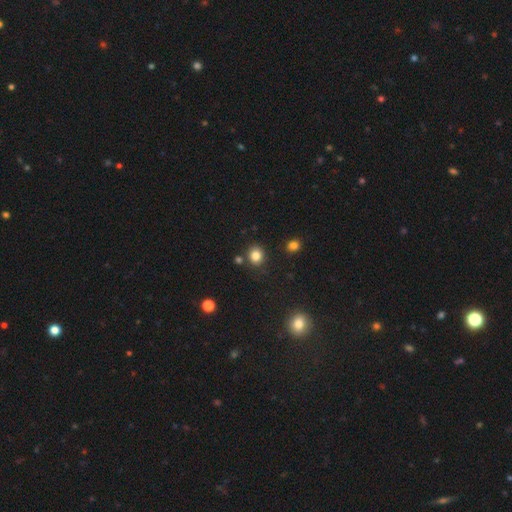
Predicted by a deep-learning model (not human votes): This appears to be a smooth galaxy with no disk features (83%) that is round (80%). Merging: none (82%).